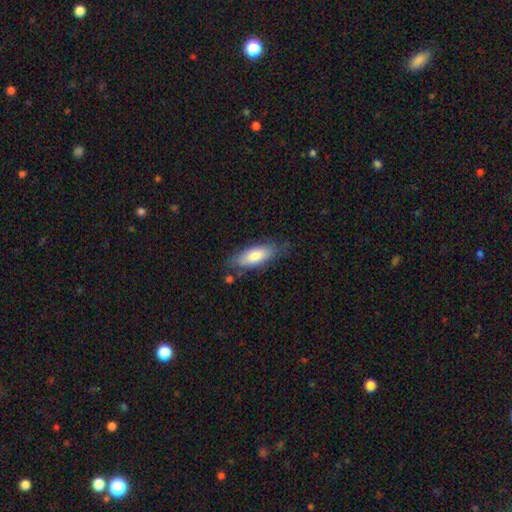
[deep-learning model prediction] Q: Smooth or featured?
A: smooth (76%); runner-up: featured or disk (18%)
Q: How rounded?
A: in between (72%); runner-up: cigar-shaped (26%)
Q: Merging?
A: none (72%); runner-up: minor disturbance (20%)